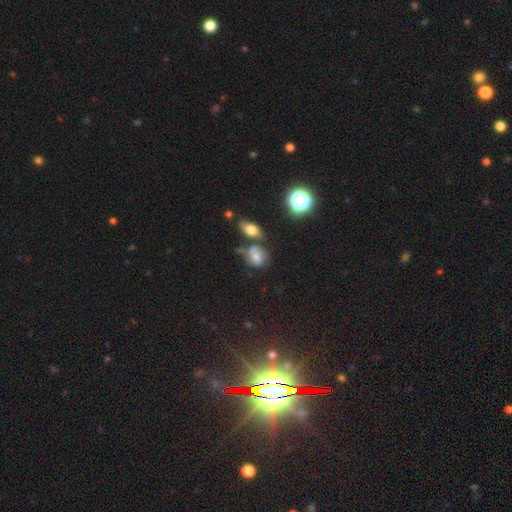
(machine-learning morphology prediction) Smooth or featured?
  - smooth: 59% *
  - featured or disk: 21%
  - star or artifact: 20%
How rounded?
  - round: 54% *
  - in between: 43%
  - cigar-shaped: 2%
Merging?
  - none: 50% *
  - merger: 22%
  - minor disturbance: 20%
  - major disturbance: 8%